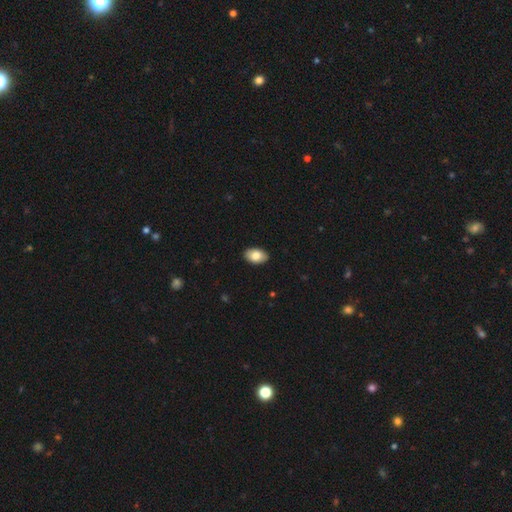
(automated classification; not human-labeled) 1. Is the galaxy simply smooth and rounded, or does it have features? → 82% smooth, 12% featured or disk, 7% star or artifact.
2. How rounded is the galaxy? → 92% in between, 7% round, 1% cigar-shaped.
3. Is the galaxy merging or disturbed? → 90% none, 8% minor disturbance, 2% major disturbance, 1% merger.